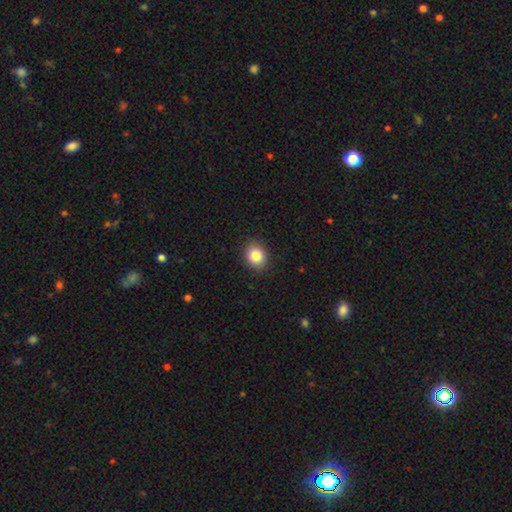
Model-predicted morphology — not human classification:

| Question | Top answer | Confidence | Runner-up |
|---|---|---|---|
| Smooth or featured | smooth | 84% | star or artifact (10%) |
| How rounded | round | 64% | in between (35%) |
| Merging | none | 90% | minor disturbance (7%) |